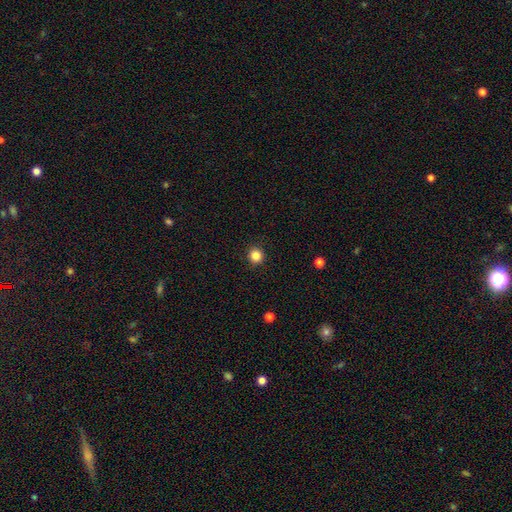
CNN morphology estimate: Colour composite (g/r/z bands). It shows a smooth galaxy with no disk features (85%) that is round (92%). Merging: none (92%).